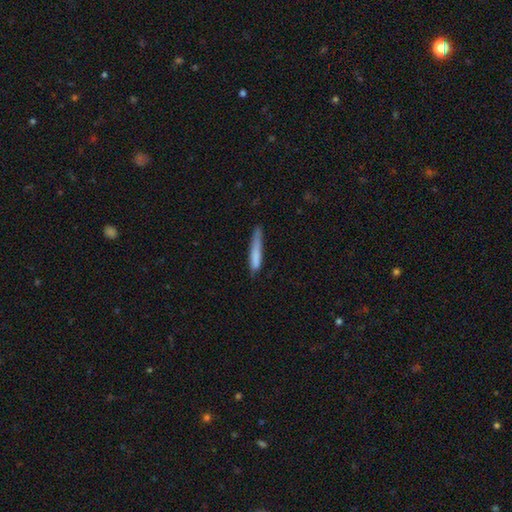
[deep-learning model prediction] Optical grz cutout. It shows a smooth galaxy with no disk features (77%) that is cigar-shaped (93%). Merging: none (61%).